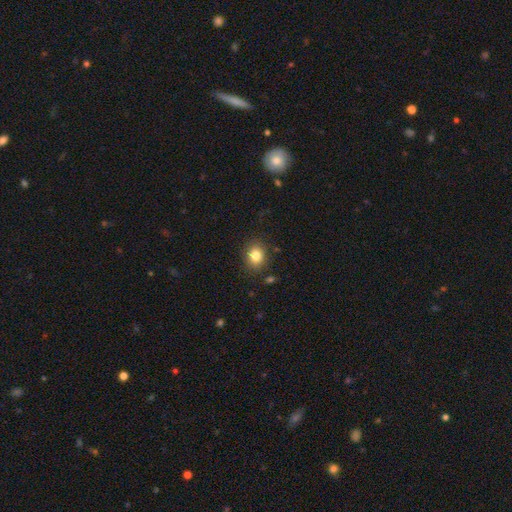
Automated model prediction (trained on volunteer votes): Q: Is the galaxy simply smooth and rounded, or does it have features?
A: smooth — 82%.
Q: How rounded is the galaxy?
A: round — 61%.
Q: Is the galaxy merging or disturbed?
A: none — 86%.